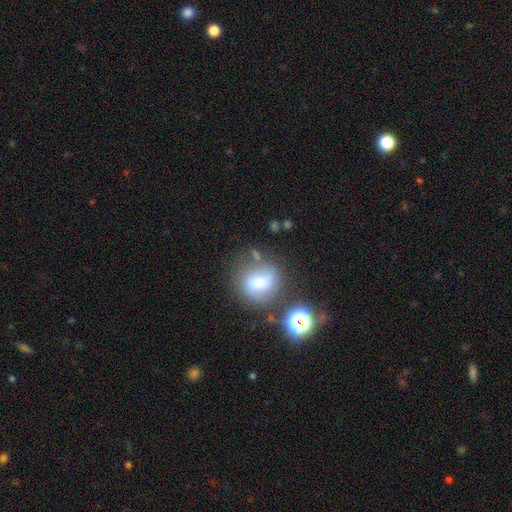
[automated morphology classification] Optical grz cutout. It shows a smooth galaxy with no disk features (54%) that is round (63%). Merging: none (57%).